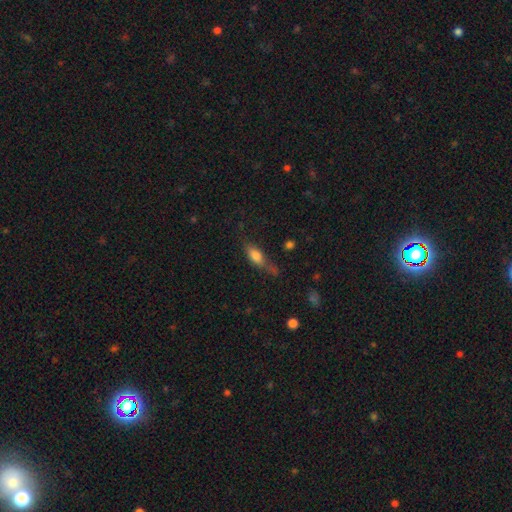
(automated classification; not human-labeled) Smooth or featured? Predicted: smooth (p=0.69). How rounded? Predicted: in between (p=0.64). Merging? Predicted: none (p=0.49).